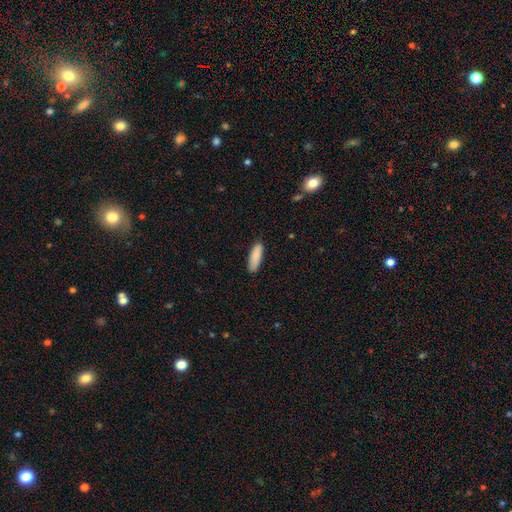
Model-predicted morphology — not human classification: A smooth galaxy with no disk features (89%) that is in between round and cigar-shaped (57%). Merging: none (84%).